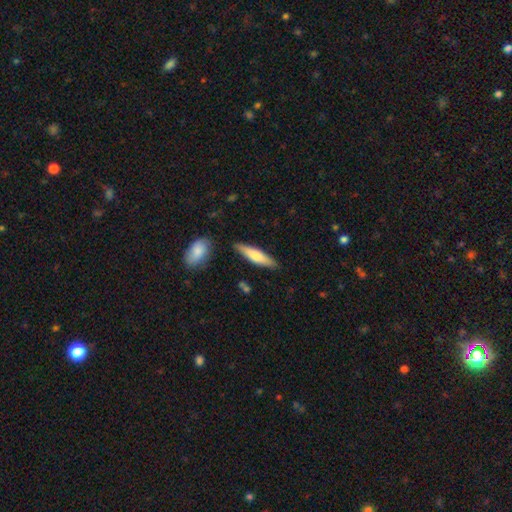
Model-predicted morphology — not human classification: This appears to be a smooth galaxy with no disk features (67%) that is cigar-shaped (72%). Merging: none (83%).